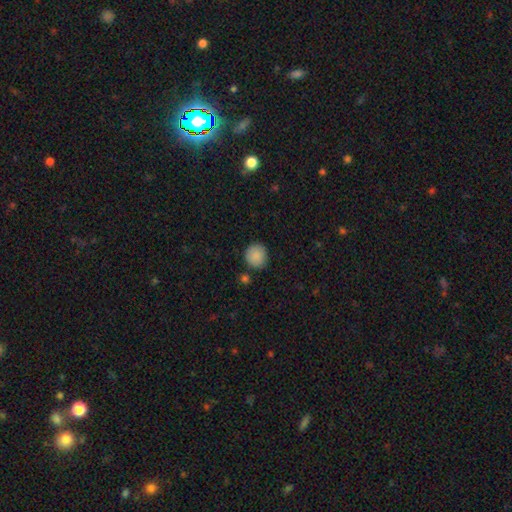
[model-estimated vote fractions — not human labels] Smooth or featured? smooth (89%)
How rounded? round (89%)
Merging? none (83%)